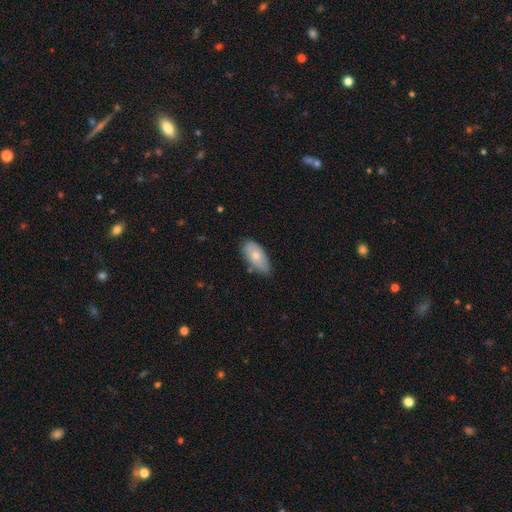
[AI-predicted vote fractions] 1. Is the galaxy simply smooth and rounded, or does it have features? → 73% smooth, 20% featured or disk, 6% star or artifact.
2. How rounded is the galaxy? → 91% in between, 6% cigar-shaped, 3% round.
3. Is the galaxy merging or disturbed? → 72% none, 22% minor disturbance, 3% major disturbance, 3% merger.